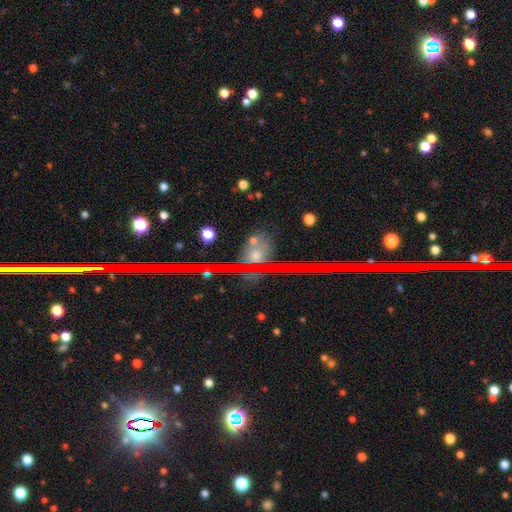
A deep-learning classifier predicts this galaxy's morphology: Smooth or featured? Predicted: star or artifact (p=0.53).